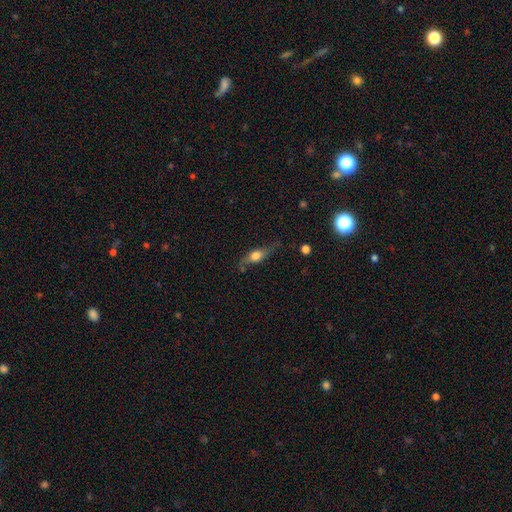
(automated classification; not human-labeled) Q: Smooth or featured?
A: featured or disk (48%); runner-up: smooth (44%)
Q: Merging?
A: none (61%); runner-up: minor disturbance (26%)